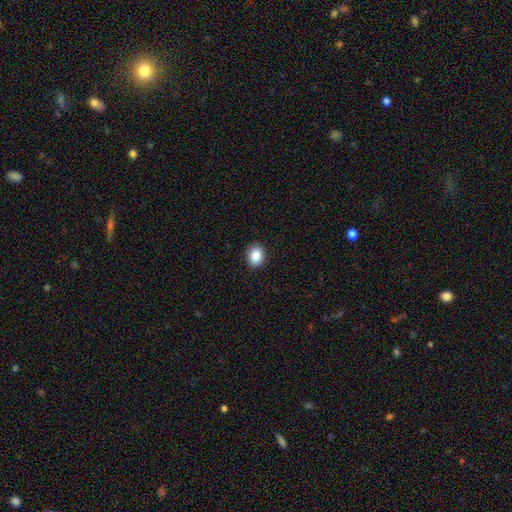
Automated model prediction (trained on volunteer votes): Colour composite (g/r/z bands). It shows a smooth galaxy with no disk features (88%) that is in between round and cigar-shaped (59%). Merging: none (89%).